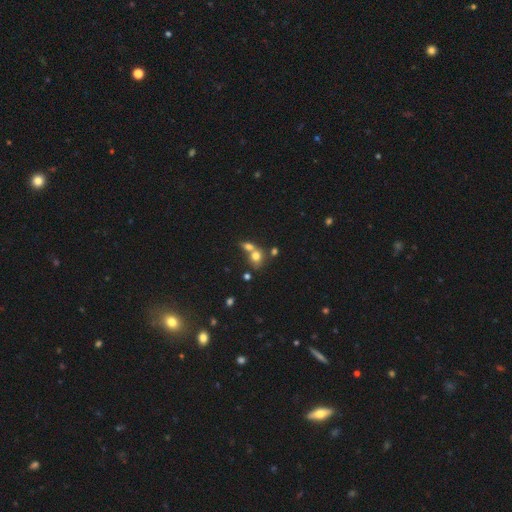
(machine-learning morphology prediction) Smooth or featured: smooth — 73% (featured or disk — 15%)
How rounded: round — 59% (in between — 40%)
Merging: merger — 58% (none — 29%)